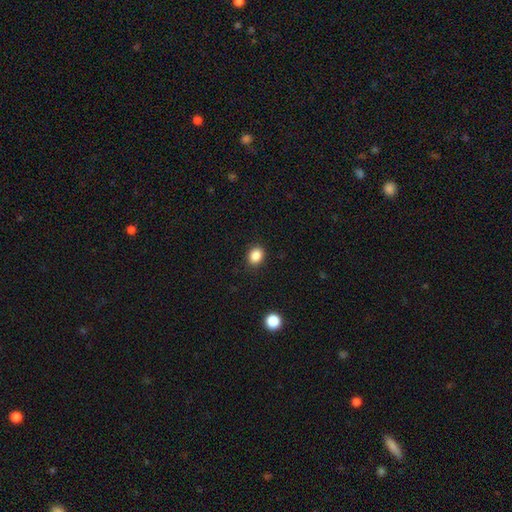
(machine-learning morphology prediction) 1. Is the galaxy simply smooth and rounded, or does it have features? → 86% smooth, 10% star or artifact, 3% featured or disk.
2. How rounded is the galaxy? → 53% round, 46% in between, 1% cigar-shaped.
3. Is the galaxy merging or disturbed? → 89% none, 8% minor disturbance, 2% major disturbance, 1% merger.